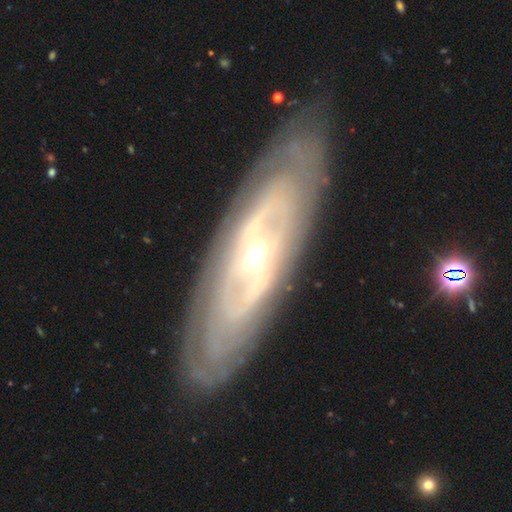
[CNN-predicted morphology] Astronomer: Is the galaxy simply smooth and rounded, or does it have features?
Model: featured or disk — 83%.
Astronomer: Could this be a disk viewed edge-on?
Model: no — 79%.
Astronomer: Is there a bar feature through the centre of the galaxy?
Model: no — 61%.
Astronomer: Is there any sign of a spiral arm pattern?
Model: yes — 76%.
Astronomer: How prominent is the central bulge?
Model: small — 62%.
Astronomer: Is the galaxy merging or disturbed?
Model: none — 84%.